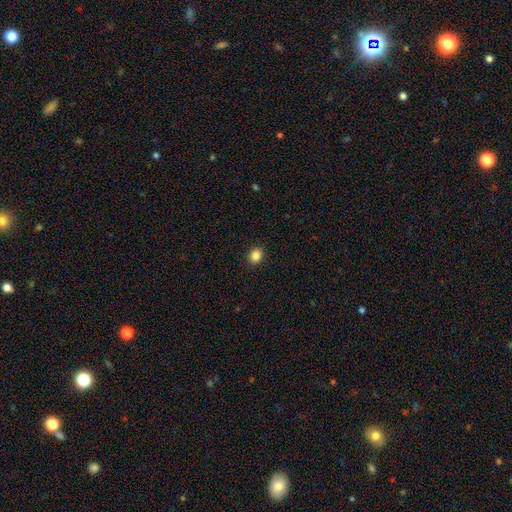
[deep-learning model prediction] Smooth or featured? Predicted: smooth (p=0.86). How rounded? Predicted: round (p=0.68). Merging? Predicted: none (p=0.92).